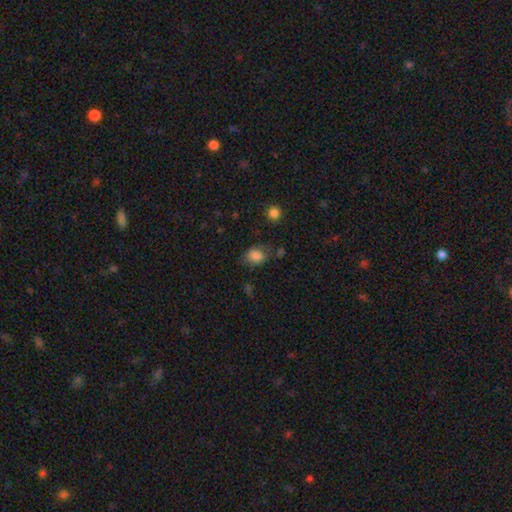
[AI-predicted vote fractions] smooth 81%, star or artifact 10%, featured or disk 9%. Down the decision tree: how rounded — in between (66%); merging — none (63%).